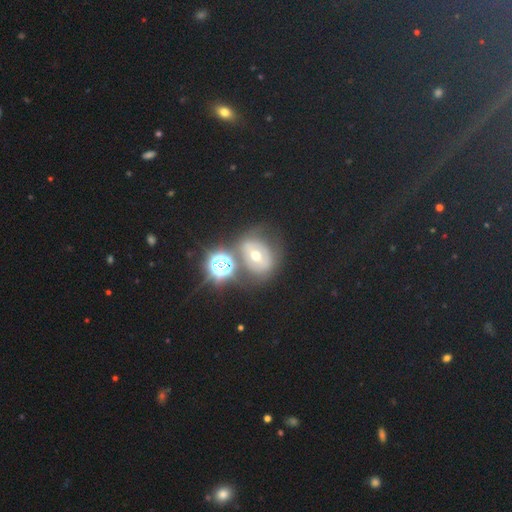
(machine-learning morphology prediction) Overall: featured or disk (40%; smooth 36%). Merging: none (56%; merger 17%).